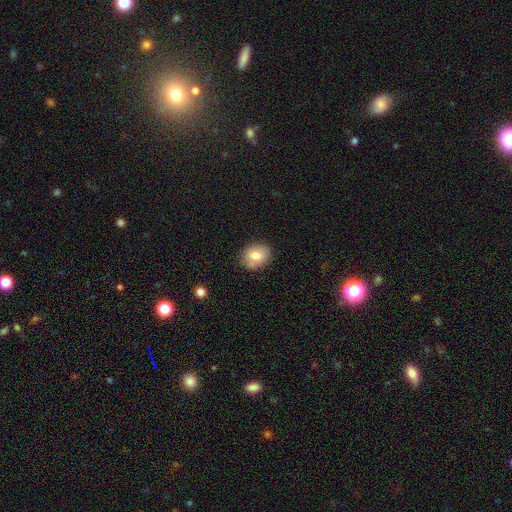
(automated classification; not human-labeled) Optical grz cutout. It shows a smooth galaxy with no disk features (79%) that is round (52%). Merging: none (83%).